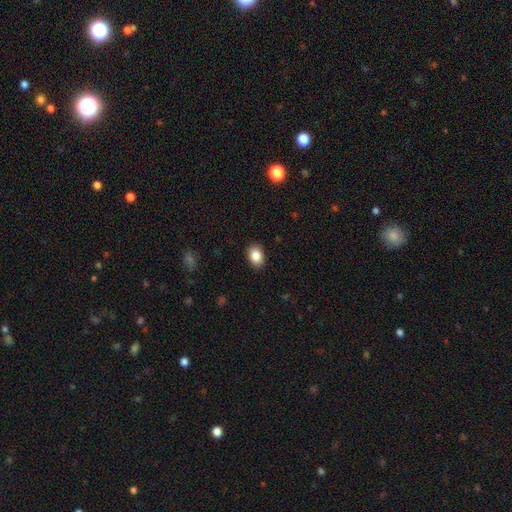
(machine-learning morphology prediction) Smooth or featured? smooth (85%)
How rounded? in between (73%)
Merging? none (89%)